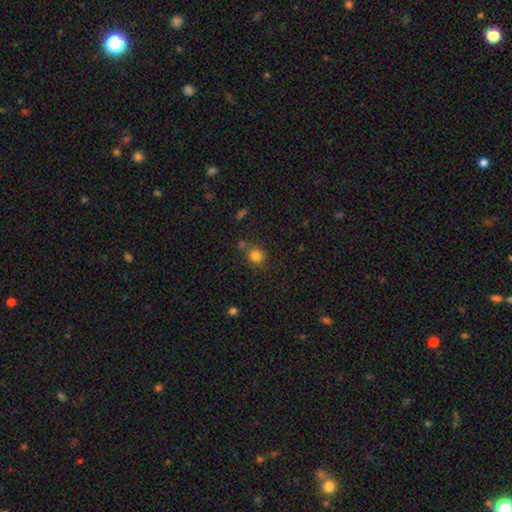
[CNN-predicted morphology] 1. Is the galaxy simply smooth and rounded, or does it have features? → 82% smooth, 12% star or artifact, 6% featured or disk.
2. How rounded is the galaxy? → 82% round, 17% in between, 1% cigar-shaped.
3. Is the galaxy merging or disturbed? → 72% none, 12% minor disturbance, 12% merger, 4% major disturbance.